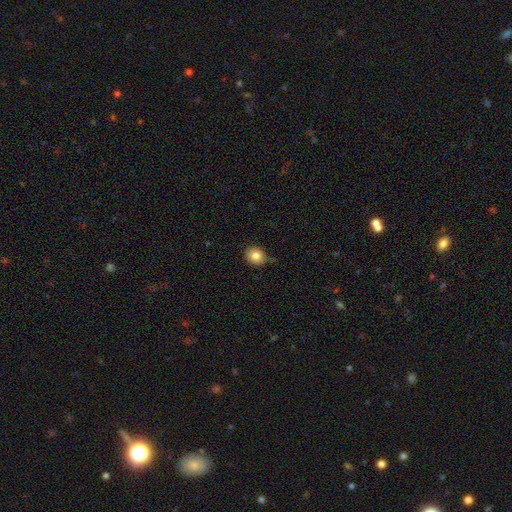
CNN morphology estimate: A smooth galaxy with no disk features (83%) that is round (81%).

Vote fractions:
- Smooth or featured? smooth: 83% / star or artifact: 10% / featured or disk: 7%
- How rounded? round: 81% / in between: 18% / cigar-shaped: 1%
- Merging? none: 68% / minor disturbance: 24% / major disturbance: 5% / merger: 3%